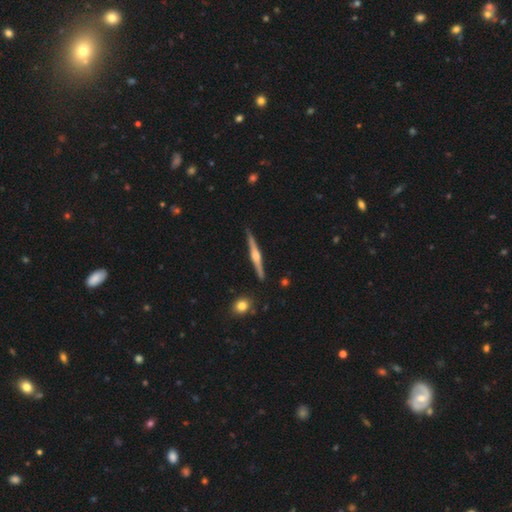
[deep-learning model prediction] Smooth or featured? featured or disk (79%)
Edge-on disk? yes (98%)
Edge-on bulge? rounded (89%)
Merging? none (90%)